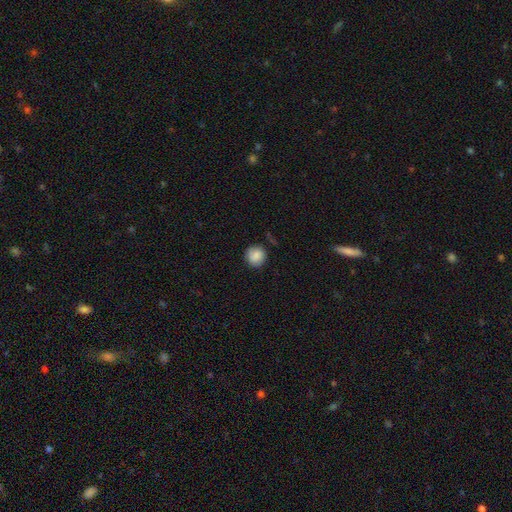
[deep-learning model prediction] A smooth galaxy with no disk features (86%) that is round (90%). Merging: none (82%).